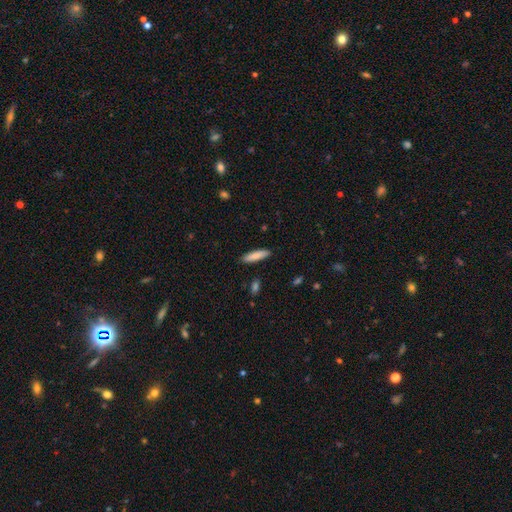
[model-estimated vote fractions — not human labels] This appears to be a smooth galaxy with no disk features (83%) that is cigar-shaped (75%). Merging: none (89%).